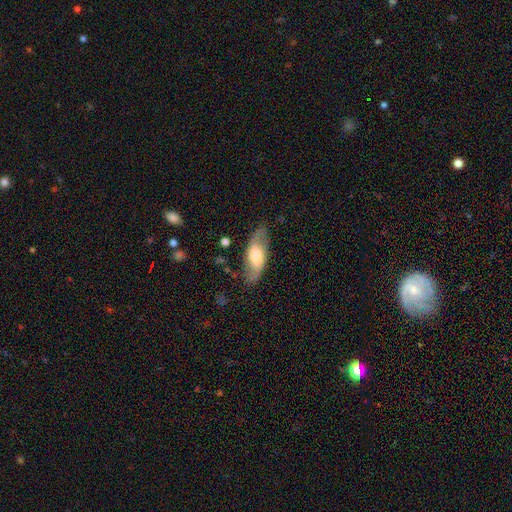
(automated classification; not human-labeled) Overall: smooth (50%; featured or disk 45%). Merging: none (78%).